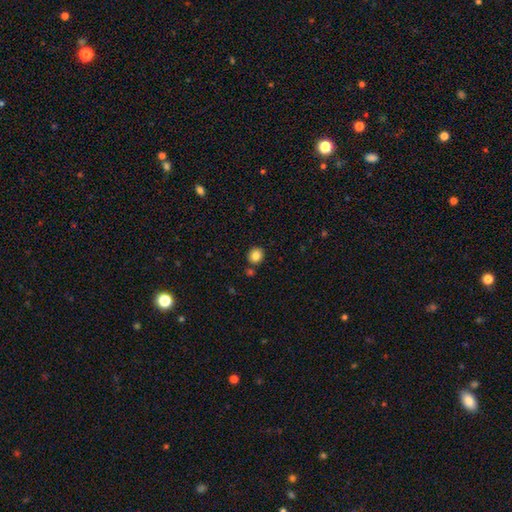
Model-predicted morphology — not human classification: Smooth or featured? smooth (85%)
How rounded? round (84%)
Merging? none (83%)